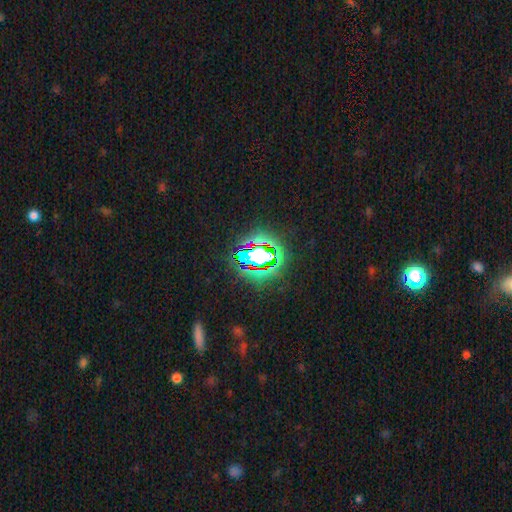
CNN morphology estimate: smooth_or_featured: star or artifact (p=0.71) [alt: smooth p=0.16]